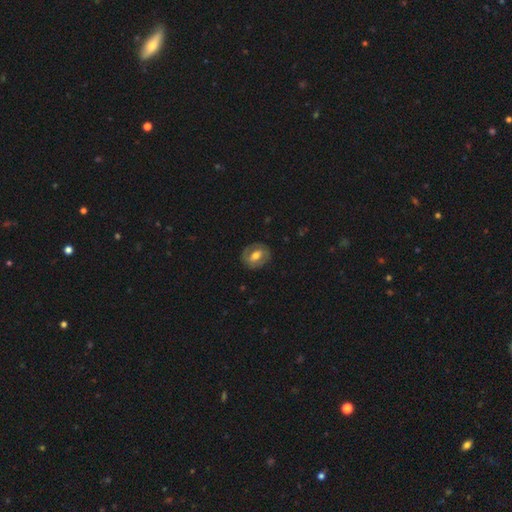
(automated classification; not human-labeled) smooth_or_featured: featured or disk (p=0.53) [alt: smooth p=0.41]
disk_edge_on: no (p=0.95) [alt: yes p=0.05]
bar: weak (p=0.42) [alt: no p=0.33]
has_spiral_arms: no (p=0.52) [alt: yes p=0.48]
bulge_size: moderate (p=0.69) [alt: large p=0.17]
merging: none (p=0.82) [alt: minor disturbance p=0.12]